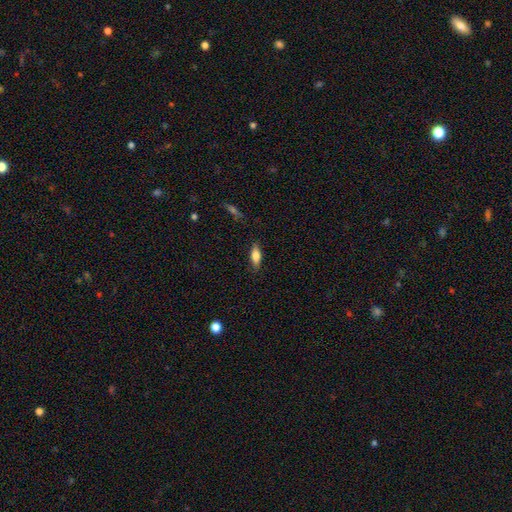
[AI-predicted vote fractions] Smooth or featured? Predicted: smooth (p=0.74). How rounded? Predicted: in between (p=0.68). Merging? Predicted: none (p=0.84).